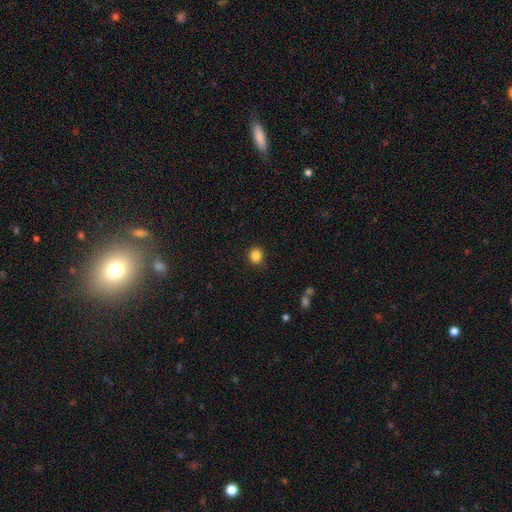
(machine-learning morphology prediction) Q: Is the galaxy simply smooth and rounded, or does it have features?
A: smooth — 86%.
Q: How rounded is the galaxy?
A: round — 82%.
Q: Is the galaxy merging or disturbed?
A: none — 89%.